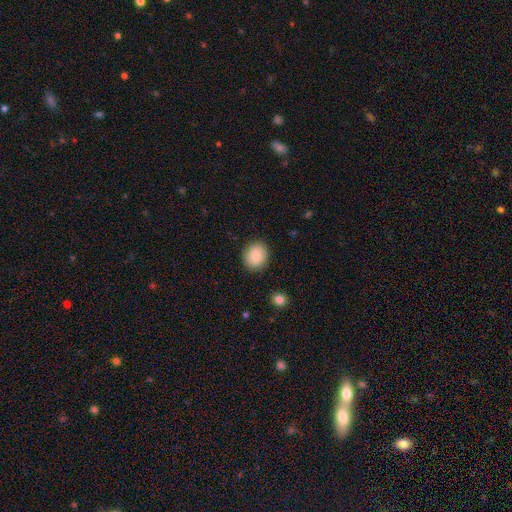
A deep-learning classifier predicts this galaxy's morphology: smooth-or-featured: smooth: 83% | featured or disk: 9% | star or artifact: 8%
  how-rounded: round: 69% | in between: 31% | cigar-shaped: 1%
  merging: none: 88% | minor disturbance: 8% | major disturbance: 2% | merger: 1%